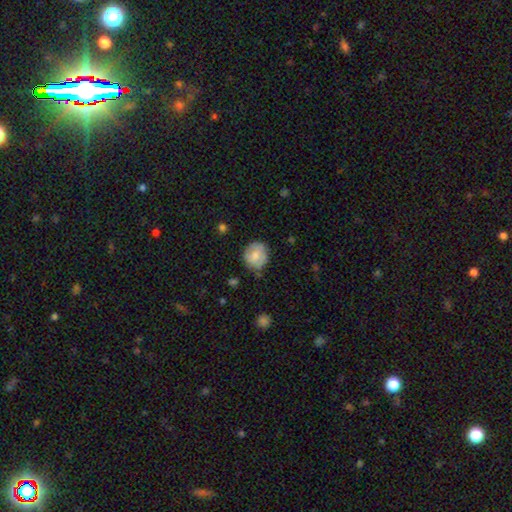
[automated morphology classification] Q: Smooth or featured?
A: smooth (66%); runner-up: featured or disk (27%)
Q: How rounded?
A: round (81%); runner-up: in between (18%)
Q: Merging?
A: none (67%); runner-up: minor disturbance (25%)